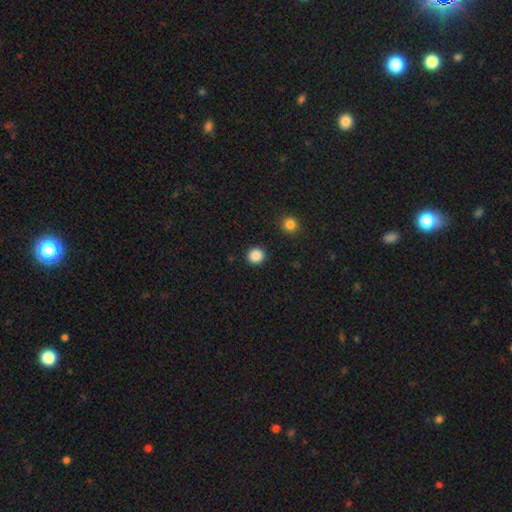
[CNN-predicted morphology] smooth 87%, star or artifact 10%, featured or disk 3%. Down the decision tree: how rounded — round (94%); merging — none (92%).